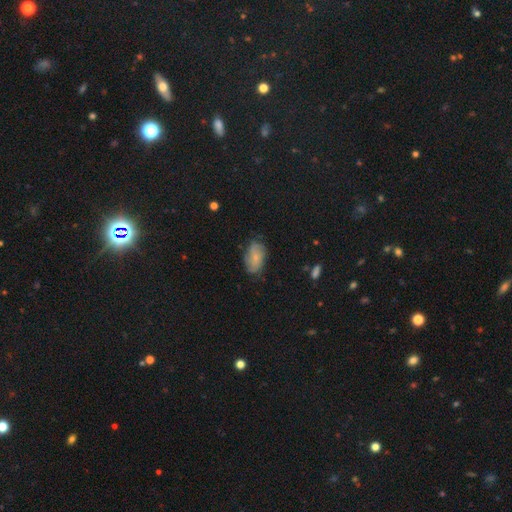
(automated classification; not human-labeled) Smooth or featured? Predicted: featured or disk (p=0.47). Merging? Predicted: none (p=0.70).